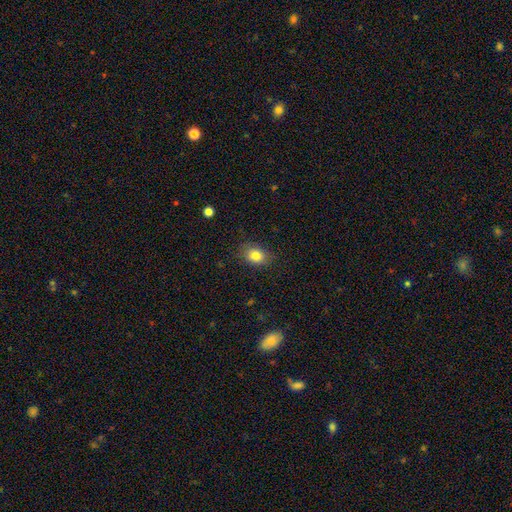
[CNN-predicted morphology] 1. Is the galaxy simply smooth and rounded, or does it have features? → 82% smooth, 10% star or artifact, 8% featured or disk.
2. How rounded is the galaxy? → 67% in between, 32% round, 1% cigar-shaped.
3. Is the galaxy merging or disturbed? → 82% none, 14% minor disturbance, 3% major disturbance, 1% merger.